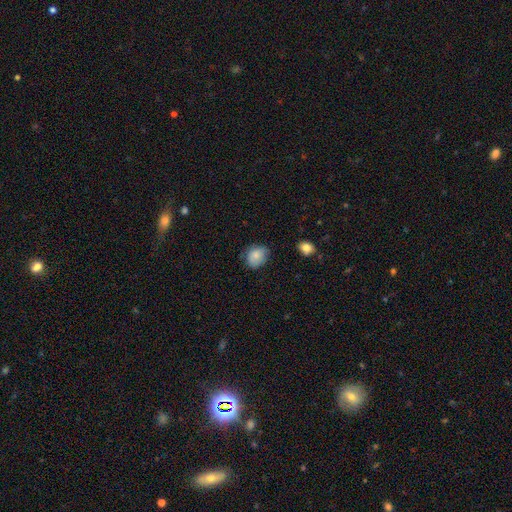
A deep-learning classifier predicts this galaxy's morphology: This is clearly a smooth galaxy (82%). How rounded: possibly round (51%). Merging: likely none (61%).